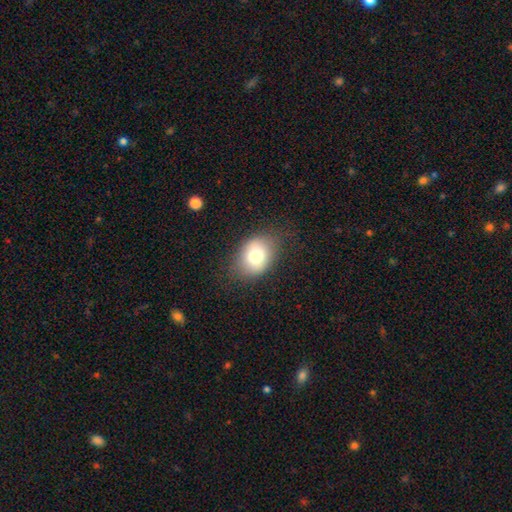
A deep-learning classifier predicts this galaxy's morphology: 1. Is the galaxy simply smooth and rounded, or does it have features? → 76% smooth, 15% featured or disk, 9% star or artifact.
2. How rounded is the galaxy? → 68% in between, 31% round, 1% cigar-shaped.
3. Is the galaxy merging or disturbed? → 75% none, 18% minor disturbance, 6% major disturbance, 1% merger.